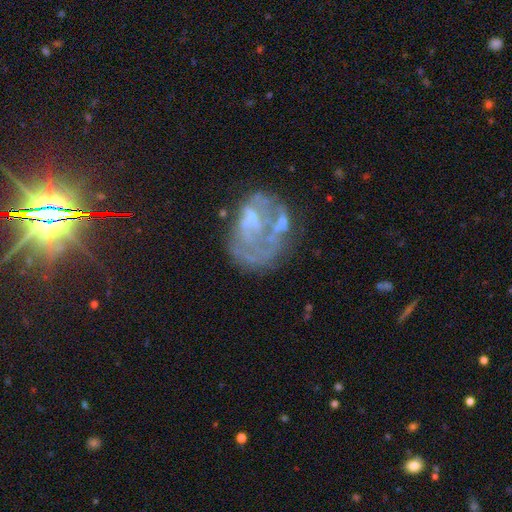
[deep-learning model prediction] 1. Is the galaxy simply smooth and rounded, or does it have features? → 67% featured or disk, 19% smooth, 14% star or artifact.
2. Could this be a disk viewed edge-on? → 98% no, 2% yes.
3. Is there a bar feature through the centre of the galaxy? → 74% no, 21% weak, 6% strong.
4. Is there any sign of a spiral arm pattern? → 65% no, 35% yes.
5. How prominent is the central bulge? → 52% none, 29% small, 15% moderate, 2% large, 1% dominant.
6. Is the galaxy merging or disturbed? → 36% none, 33% major disturbance, 20% minor disturbance, 12% merger.